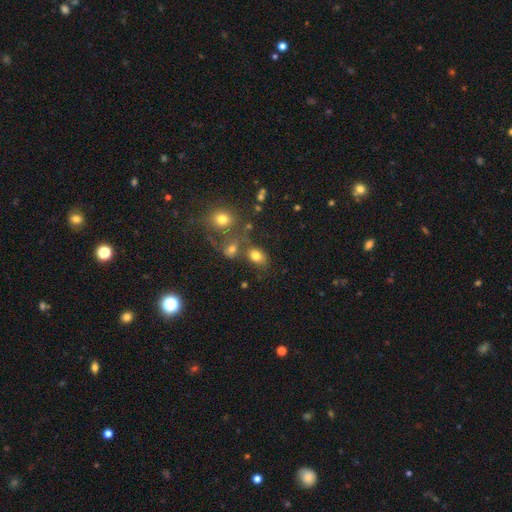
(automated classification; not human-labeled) Morphology: type=smooth (77%); roundness=in between (66%); merging=none (57%).